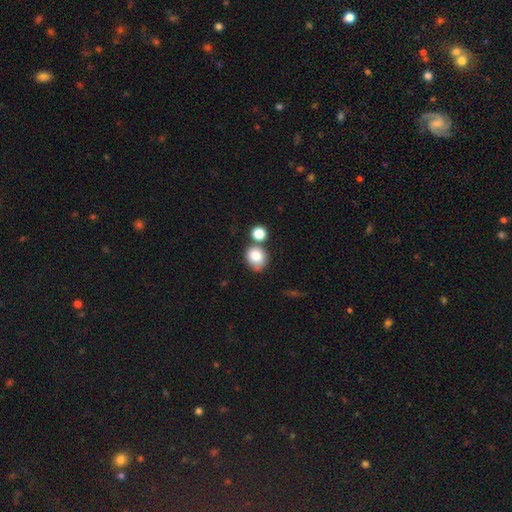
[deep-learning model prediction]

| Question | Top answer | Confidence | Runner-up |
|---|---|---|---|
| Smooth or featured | smooth | 79% | featured or disk (11%) |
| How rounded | round | 63% | in between (36%) |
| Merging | none | 53% | merger (27%) |